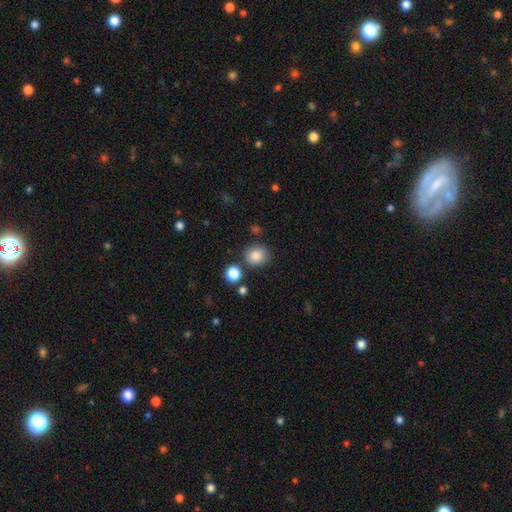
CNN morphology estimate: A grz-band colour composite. It shows a smooth galaxy with no disk features (85%) that is round (79%). Merging: none (81%).